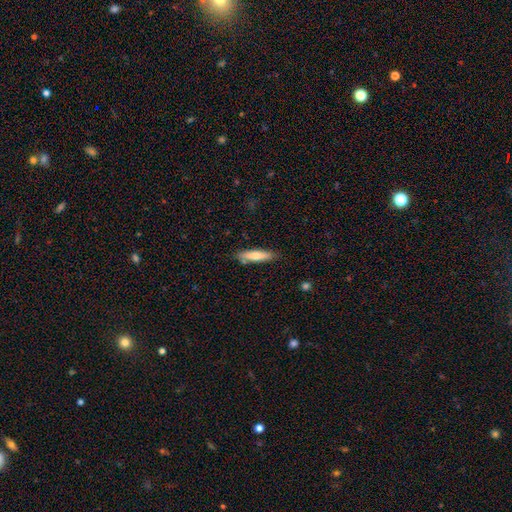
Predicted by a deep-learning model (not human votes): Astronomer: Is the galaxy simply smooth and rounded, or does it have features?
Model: smooth — 72%.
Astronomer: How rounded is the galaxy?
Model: cigar-shaped — 77%.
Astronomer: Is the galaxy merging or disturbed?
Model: none — 82%.